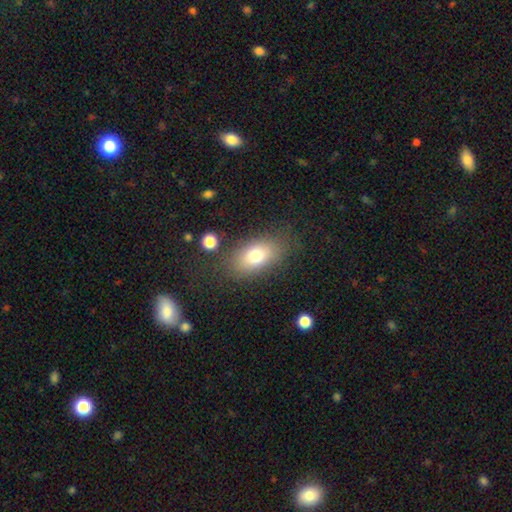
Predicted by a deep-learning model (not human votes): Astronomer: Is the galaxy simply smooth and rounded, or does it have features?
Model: smooth — 75%.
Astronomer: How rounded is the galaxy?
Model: in between — 86%.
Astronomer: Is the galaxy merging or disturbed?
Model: none — 77%.